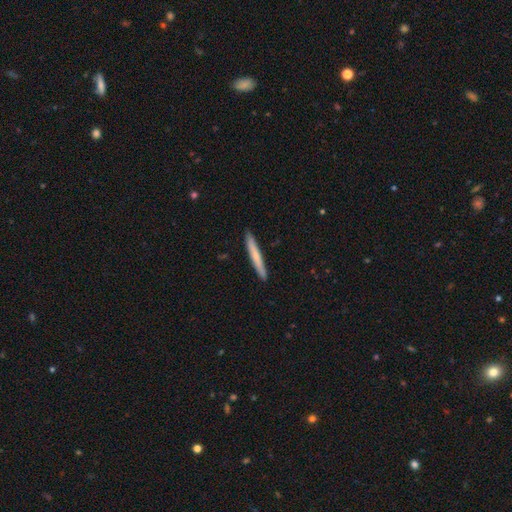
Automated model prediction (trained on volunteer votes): Overall: smooth (65%; featured or disk 29%). How rounded: cigar-shaped (97%). Merging: none (92%).